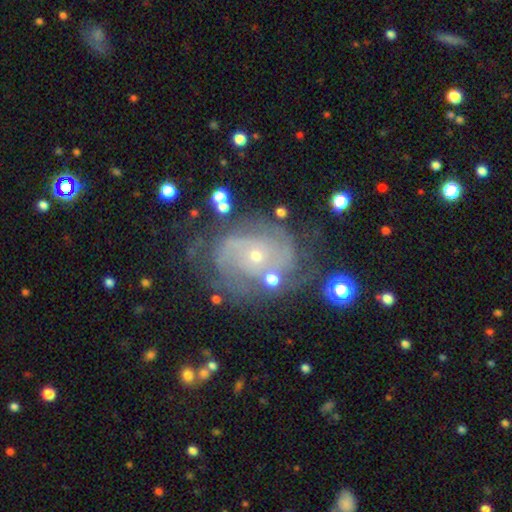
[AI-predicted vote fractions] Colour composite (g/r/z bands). It shows a featured or disk galaxy (83%) with no bar (77%), tight (62%) spiral arms (94%) and a small central bulge (77%). Merging: none (67%).